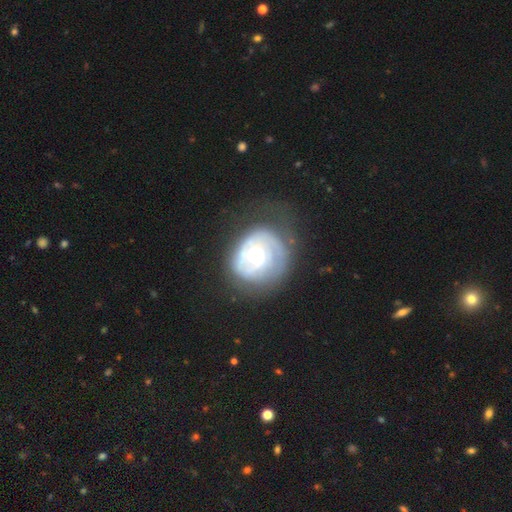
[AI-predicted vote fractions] Q: Smooth or featured?
A: featured or disk (75%); runner-up: smooth (19%)
Q: Edge-on disk?
A: no (97%); runner-up: yes (3%)
Q: Bar?
A: no (76%); runner-up: weak (19%)
Q: Spiral arms?
A: yes (79%); runner-up: no (21%)
Q: Spiral winding?
A: tight (68%); runner-up: medium (22%)
Q: Spiral arm count?
A: can't tell (37%); runner-up: 2 (26%)
Q: Bulge size?
A: moderate (69%); runner-up: large (20%)
Q: Merging?
A: none (56%); runner-up: minor disturbance (23%)